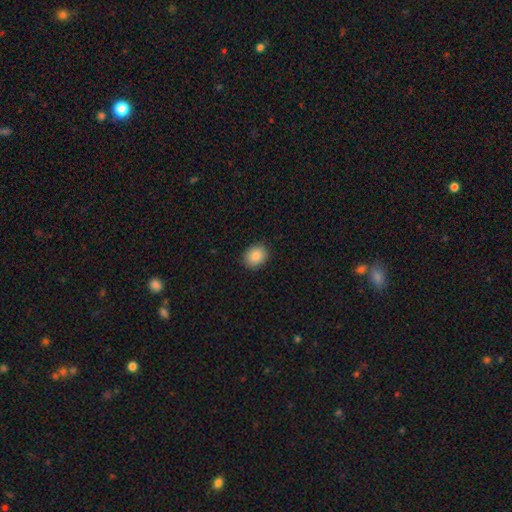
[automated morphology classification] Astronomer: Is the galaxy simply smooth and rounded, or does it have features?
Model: smooth — 87%.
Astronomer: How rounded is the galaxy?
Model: round — 53% (runner-up: in between, 46%).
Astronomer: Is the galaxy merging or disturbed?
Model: none — 90%.